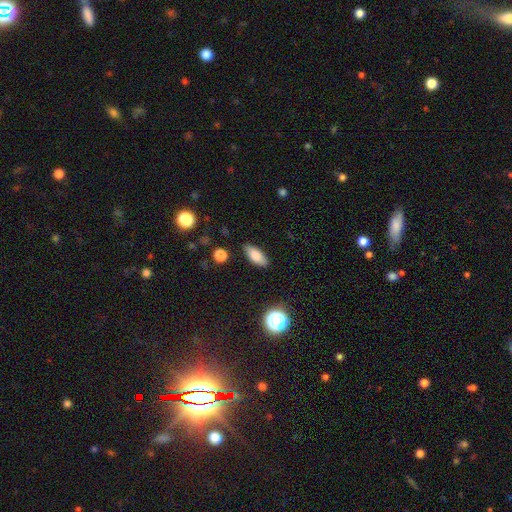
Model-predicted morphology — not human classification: Smooth or featured? smooth (81%)
How rounded? in between (80%)
Merging? none (84%)